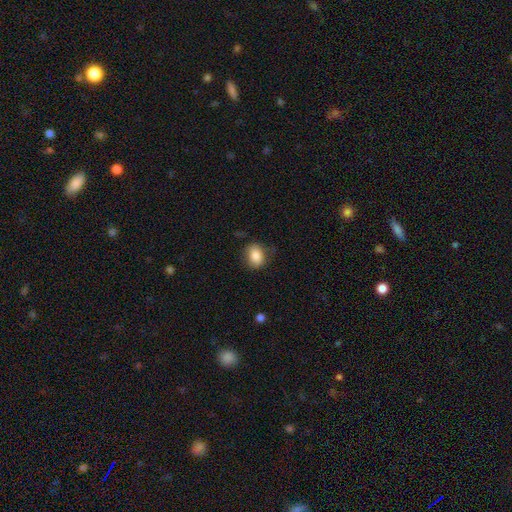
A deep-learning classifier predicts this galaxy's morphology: Smooth or featured? Predicted: smooth (p=0.84). How rounded? Predicted: in between (p=0.59). Merging? Predicted: none (p=0.74).